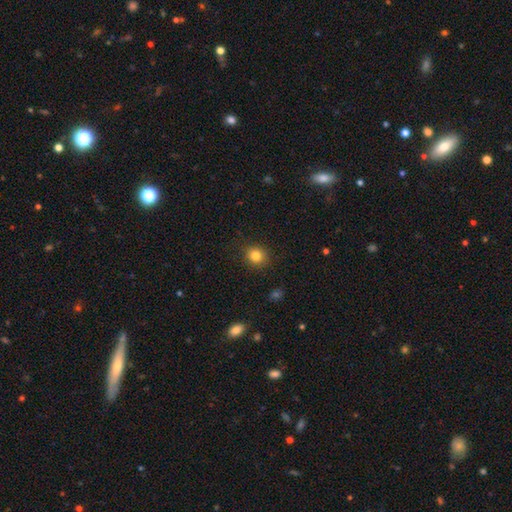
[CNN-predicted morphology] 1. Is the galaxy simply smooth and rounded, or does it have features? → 82% smooth, 12% star or artifact, 6% featured or disk.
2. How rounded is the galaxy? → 86% round, 13% in between, 1% cigar-shaped.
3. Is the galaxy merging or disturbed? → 90% none, 7% minor disturbance, 2% major disturbance, 1% merger.